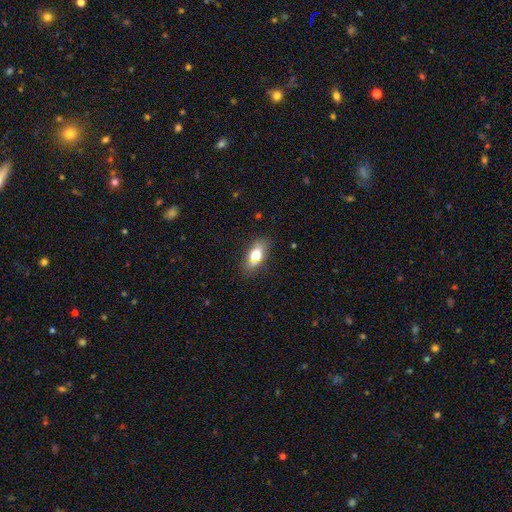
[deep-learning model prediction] This is likely a smooth galaxy (71%). How rounded: likely in between (79%). Merging: clearly none (80%).